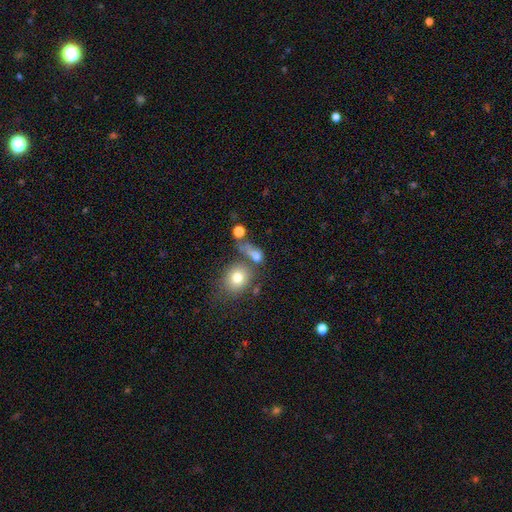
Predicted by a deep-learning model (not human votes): Smooth or featured? smooth (71%)
How rounded? in between (51%)
Merging? none (38%)